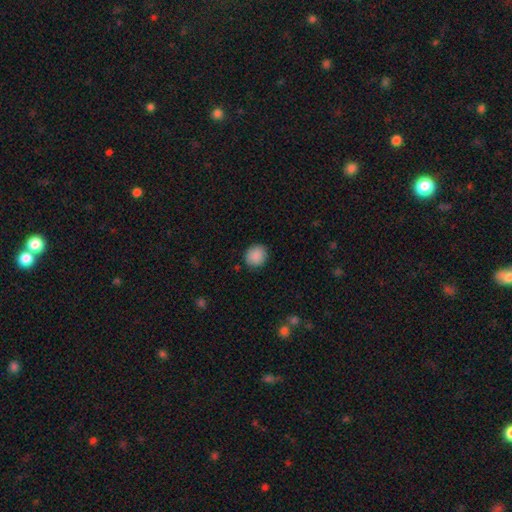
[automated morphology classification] smooth-or-featured: smooth: 89% | star or artifact: 8% | featured or disk: 4%
  how-rounded: round: 83% | in between: 16% | cigar-shaped: 1%
  merging: none: 86% | minor disturbance: 10% | major disturbance: 2% | merger: 1%